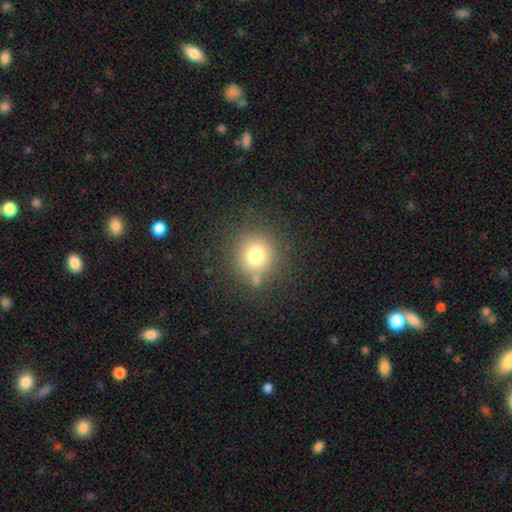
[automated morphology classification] A smooth galaxy with no disk features (74%) that is round (92%). Merging: none (78%).